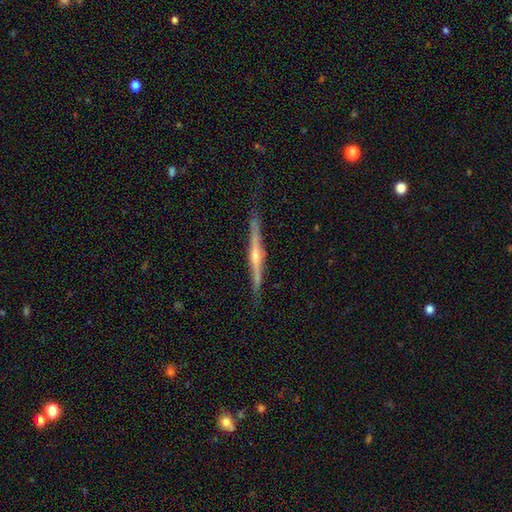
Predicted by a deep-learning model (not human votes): smooth_or_featured: featured or disk (p=0.82) [alt: smooth p=0.12]
disk_edge_on: yes (p=0.98) [alt: no p=0.02]
edge_on_bulge: rounded (p=0.86) [alt: none p=0.09]
merging: none (p=0.85) [alt: minor disturbance p=0.12]